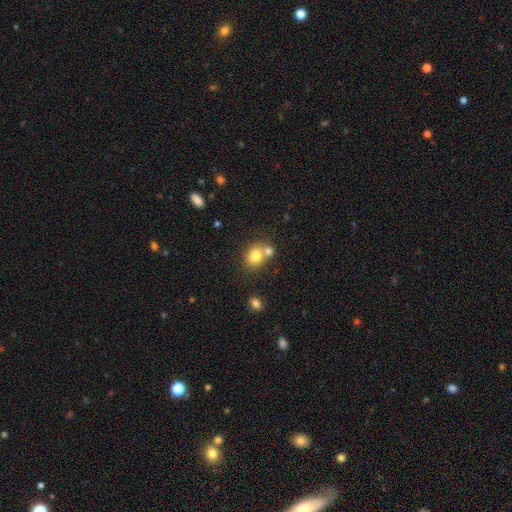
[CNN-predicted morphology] smooth-or-featured: smooth: 78% | featured or disk: 11% | star or artifact: 11%
  how-rounded: round: 64% | in between: 36% | cigar-shaped: 1%
  merging: none: 50% | merger: 38% | minor disturbance: 9% | major disturbance: 3%